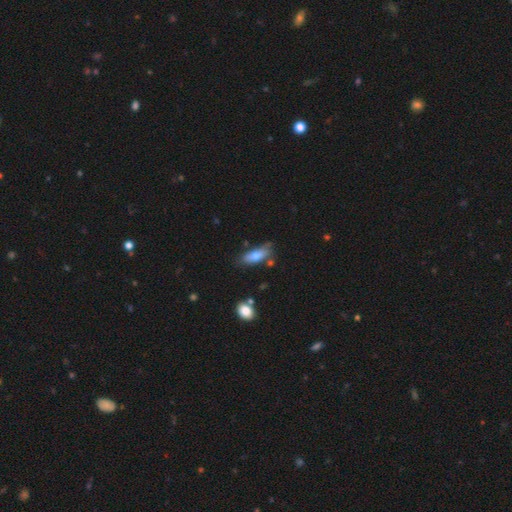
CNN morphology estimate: smooth-or-featured: smooth: 69% | featured or disk: 24% | star or artifact: 7%
  how-rounded: in between: 64% | cigar-shaped: 33% | round: 2%
  merging: none: 64% | minor disturbance: 25% | merger: 7% | major disturbance: 5%